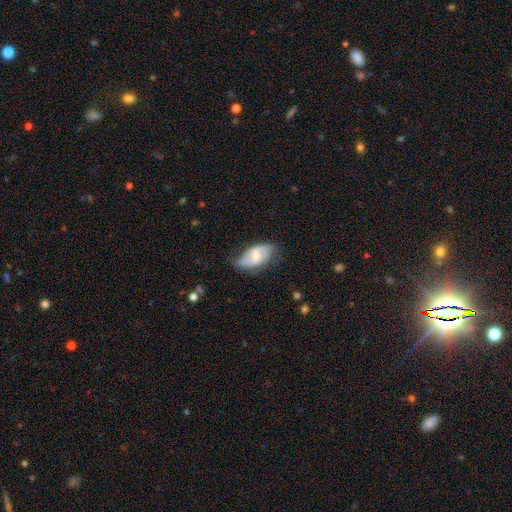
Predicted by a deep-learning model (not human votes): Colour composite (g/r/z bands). It shows a featured or disk galaxy (60%) with a weak bar (53%), spiral arms (85%) and a moderate central bulge (46%). Merging: none (58%).